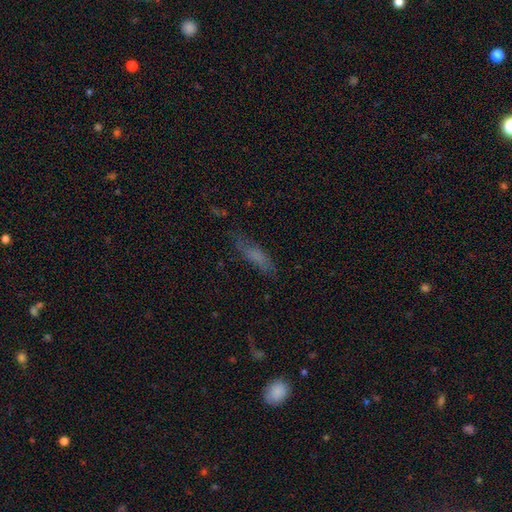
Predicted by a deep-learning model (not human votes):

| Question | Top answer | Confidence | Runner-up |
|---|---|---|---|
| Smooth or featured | smooth | 57% | featured or disk (27%) |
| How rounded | cigar-shaped | 65% | in between (32%) |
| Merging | none | 65% | minor disturbance (22%) |